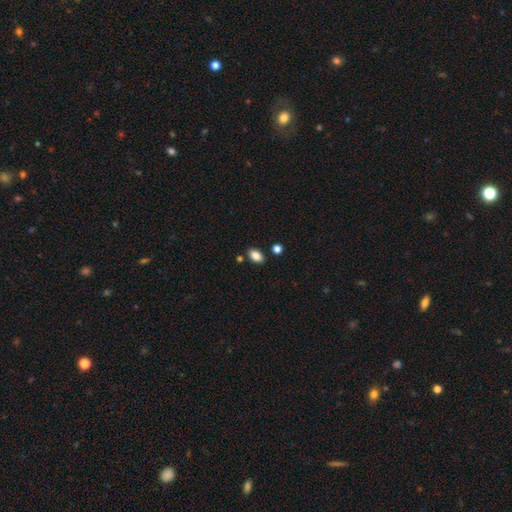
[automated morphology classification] Smooth or featured? Predicted: smooth (p=0.85). How rounded? Predicted: in between (p=0.89). Merging? Predicted: none (p=0.83).